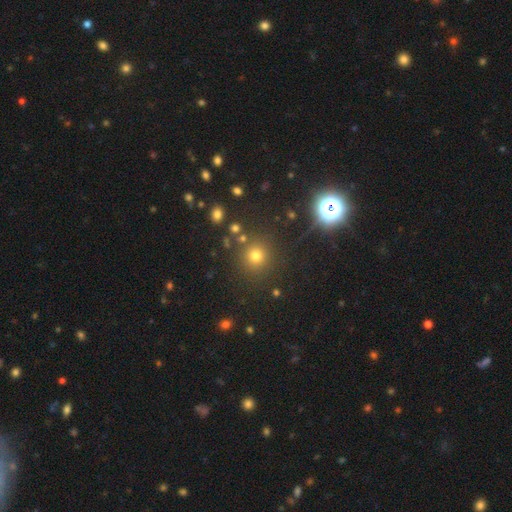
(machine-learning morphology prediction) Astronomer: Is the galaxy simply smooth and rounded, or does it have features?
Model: smooth — 69%.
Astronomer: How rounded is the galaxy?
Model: round — 93%.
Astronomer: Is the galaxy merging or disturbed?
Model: none — 86%.